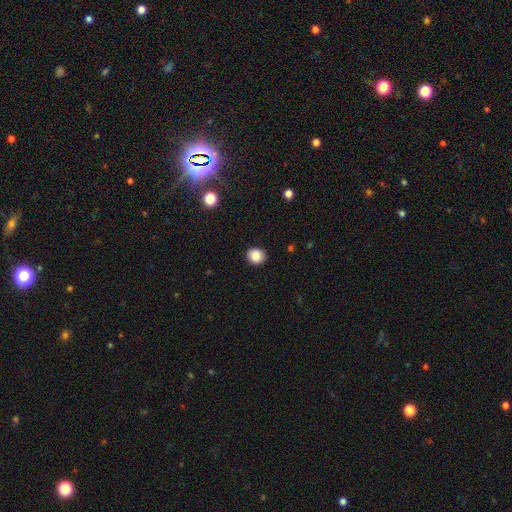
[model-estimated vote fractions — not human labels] A smooth galaxy with no disk features (87%) that is round (77%).

Vote fractions:
- Smooth or featured? smooth: 87% / star or artifact: 9% / featured or disk: 3%
- How rounded? round: 77% / in between: 22% / cigar-shaped: 1%
- Merging? none: 90% / minor disturbance: 7% / major disturbance: 2% / merger: 1%